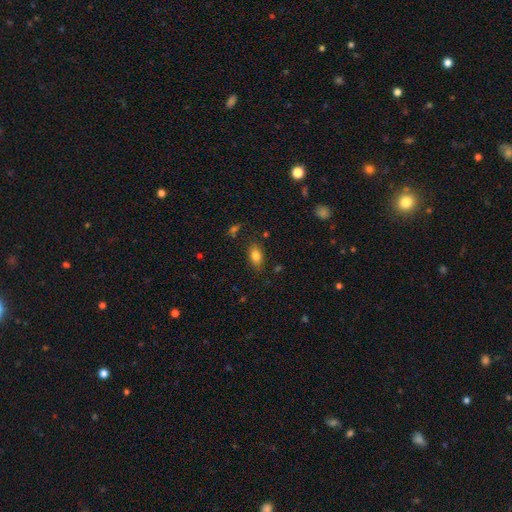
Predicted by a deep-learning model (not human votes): This appears to be a smooth galaxy with no disk features (83%) that is in between round and cigar-shaped (87%). Merging: none (82%).